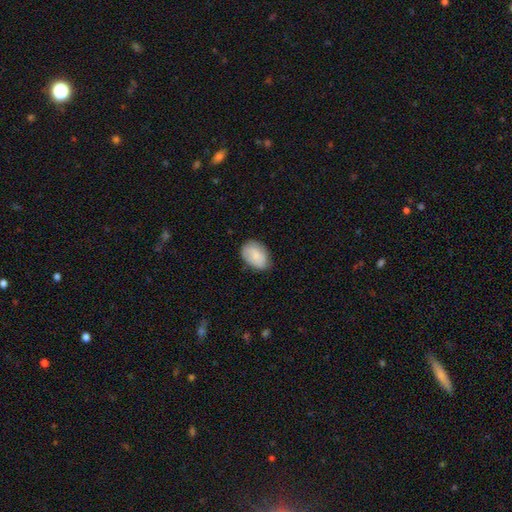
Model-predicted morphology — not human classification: This is clearly a smooth galaxy (81%). How rounded: clearly in between (83%). Merging: likely none (75%).